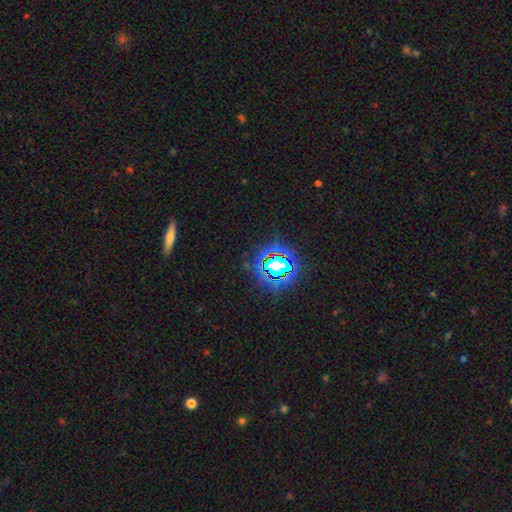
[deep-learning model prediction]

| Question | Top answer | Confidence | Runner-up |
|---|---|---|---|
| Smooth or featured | star or artifact | 76% | smooth (14%) |